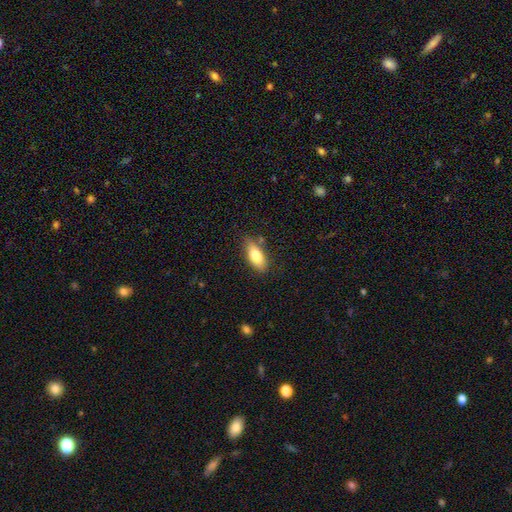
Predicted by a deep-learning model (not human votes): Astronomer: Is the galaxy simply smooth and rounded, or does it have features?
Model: smooth — 79%.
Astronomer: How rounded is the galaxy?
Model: in between — 81%.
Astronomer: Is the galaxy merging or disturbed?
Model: none — 77%.